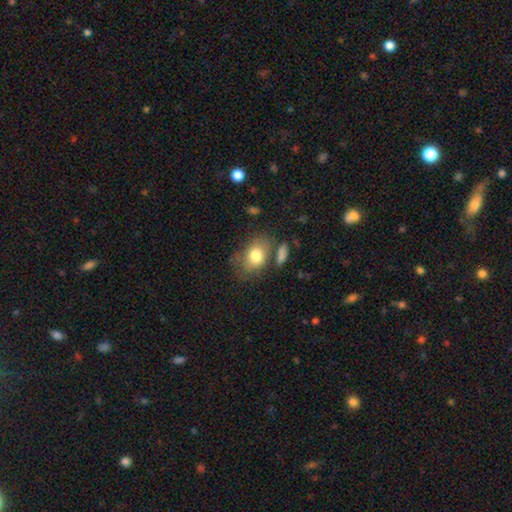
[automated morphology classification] The model was most divided on "merging": none: 60%, minor disturbance: 21%, merger: 10%, major disturbance: 9%. More confident: smooth or featured — smooth (78%); how rounded — in between (72%).